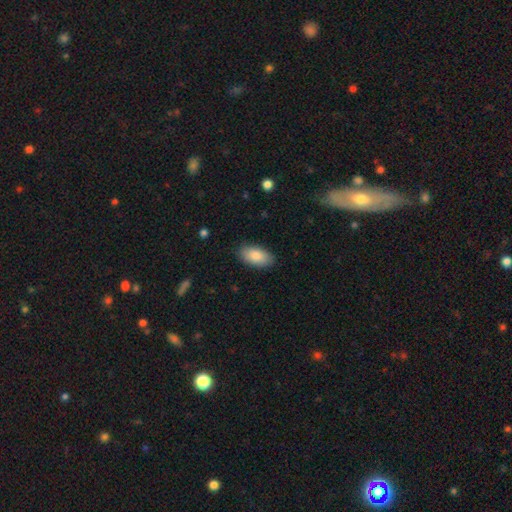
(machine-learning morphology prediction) The model was most divided on "merging": none: 86%, minor disturbance: 10%, major disturbance: 2%, merger: 1%. More confident: how rounded — in between (94%); smooth or featured — smooth (87%).